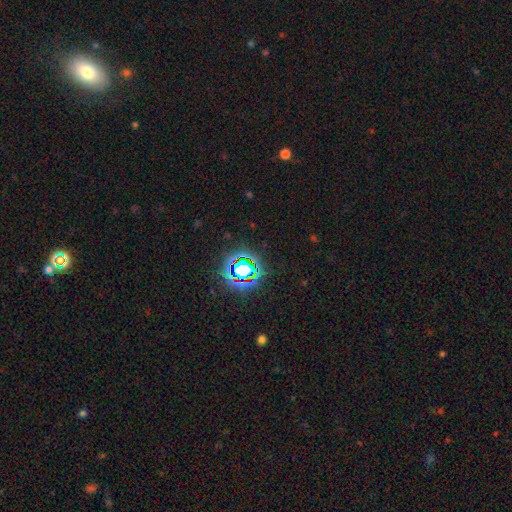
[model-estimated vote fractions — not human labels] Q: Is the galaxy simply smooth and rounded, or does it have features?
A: star or artifact — 79%.